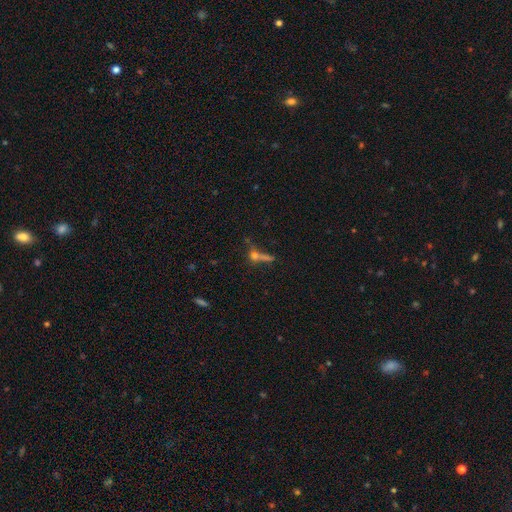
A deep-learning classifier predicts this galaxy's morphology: smooth-or-featured: smooth: 38% | featured or disk: 31% | star or artifact: 31%
  merging: none: 46% | merger: 25% | major disturbance: 15% | minor disturbance: 14%